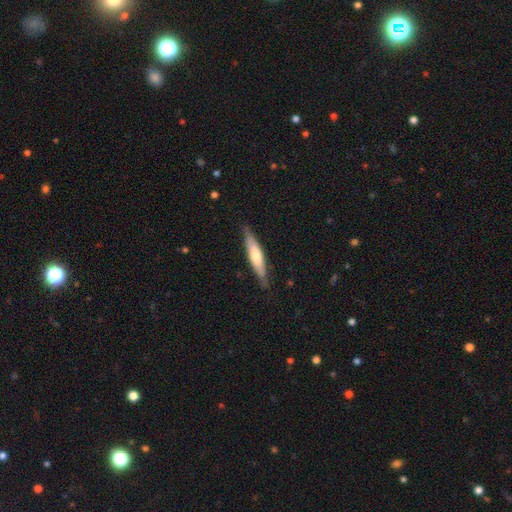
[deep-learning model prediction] A smooth galaxy with no disk features (49%). Merging: none (83%).